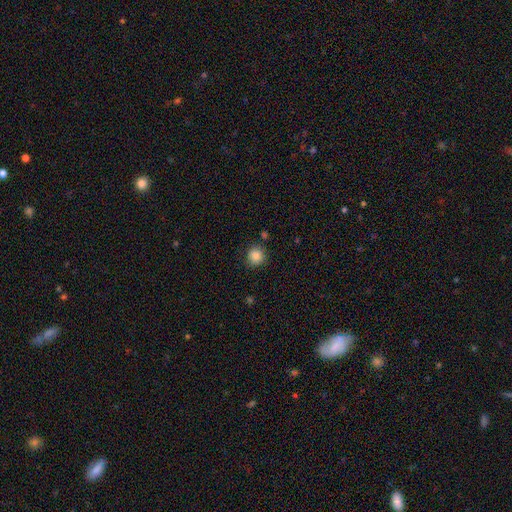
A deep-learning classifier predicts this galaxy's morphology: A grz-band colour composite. It shows a smooth galaxy with no disk features (86%) that is round (92%). Merging: none (84%).